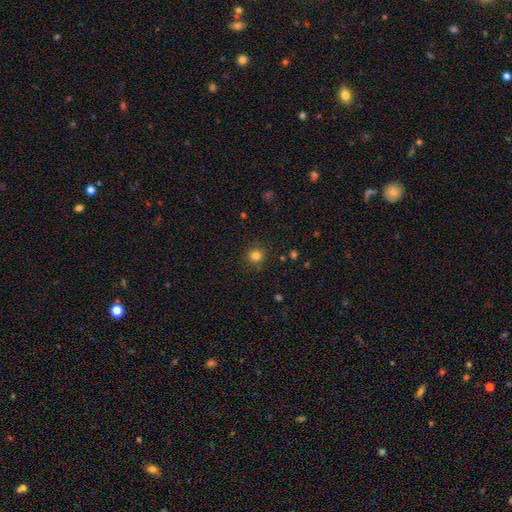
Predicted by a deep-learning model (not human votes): Smooth or featured: smooth — 82% (star or artifact — 13%)
How rounded: round — 92% (in between — 7%)
Merging: none — 90% (minor disturbance — 7%)